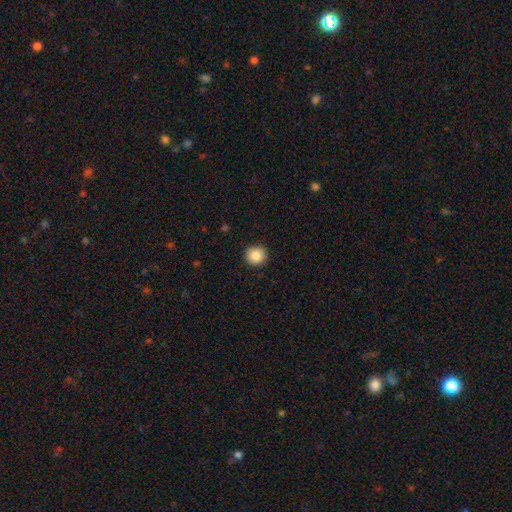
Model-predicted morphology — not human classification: The model was most divided on "smooth or featured": smooth: 87%, star or artifact: 9%, featured or disk: 4%. More confident: merging — none (91%); how rounded — round (90%).